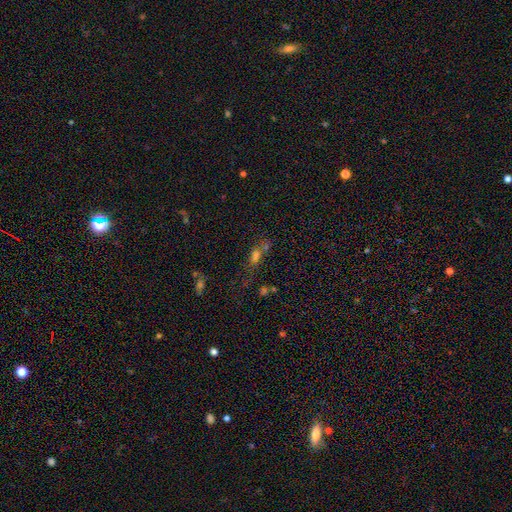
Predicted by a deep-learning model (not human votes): This appears to be a smooth galaxy with no disk features (51%) that is in between round and cigar-shaped (52%). Merging: merger (44%).